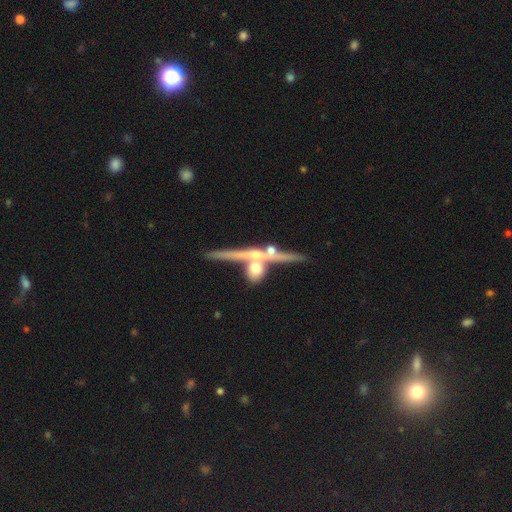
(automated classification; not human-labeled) This appears to be a featured or disk galaxy (68%) viewed edge-on (88%) with a rounded central bulge (64%). Merging: none (56%).